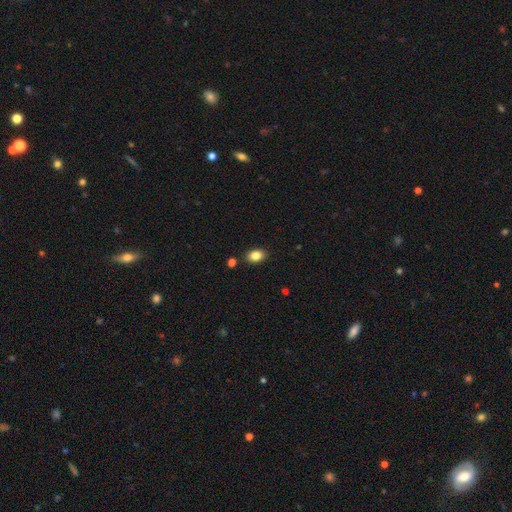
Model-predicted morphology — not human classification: smooth_or_featured: smooth (p=0.85) [alt: star or artifact p=0.09]
how_rounded: in between (p=0.80) [alt: round p=0.18]
merging: none (p=0.85) [alt: minor disturbance p=0.09]